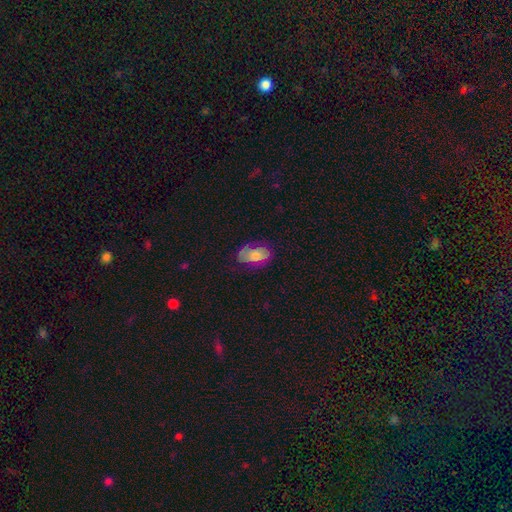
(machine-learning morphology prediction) This appears to be a featured or disk galaxy (57%) with no bar (69%), spiral arms (77%) and a moderate central bulge (51%). Merging: none (63%).